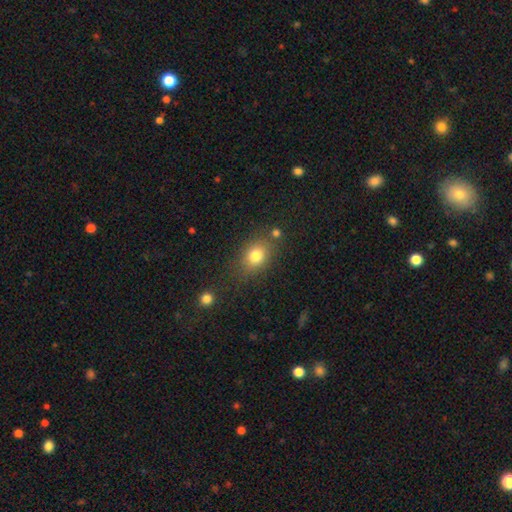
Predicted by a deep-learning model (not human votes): smooth_or_featured: smooth (p=0.79) [alt: star or artifact p=0.11]
how_rounded: in between (p=0.57) [alt: round p=0.41]
merging: none (p=0.74) [alt: minor disturbance p=0.15]